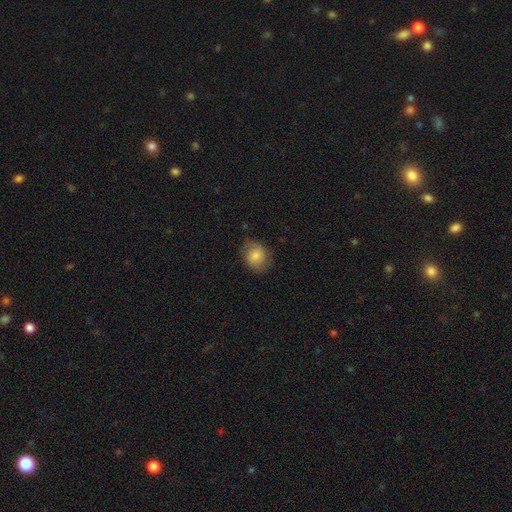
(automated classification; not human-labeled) Smooth or featured?
  - smooth: 73% *
  - featured or disk: 19%
  - star or artifact: 8%
How rounded?
  - round: 59% *
  - in between: 40%
  - cigar-shaped: 1%
Merging?
  - none: 73% *
  - minor disturbance: 20%
  - major disturbance: 6%
  - merger: 1%